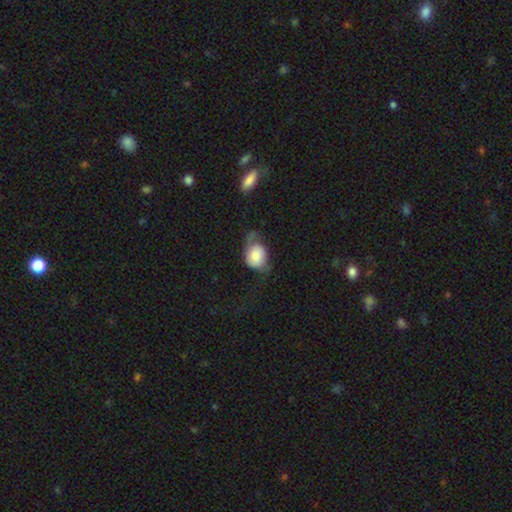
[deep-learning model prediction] This appears to be a smooth galaxy with no disk features (58%) that is in between round and cigar-shaped (59%). Merging: major disturbance (37%).